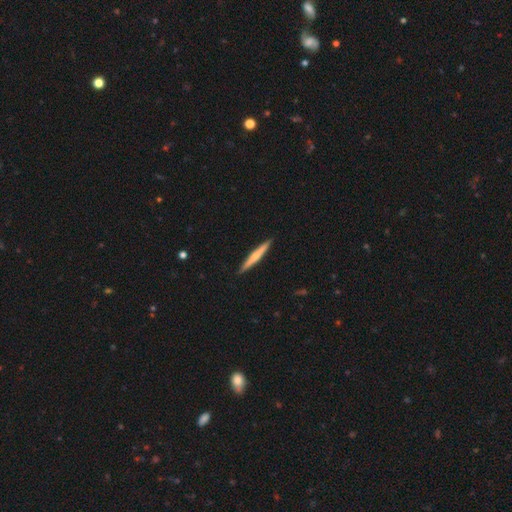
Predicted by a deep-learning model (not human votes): Overall: smooth (52%; featured or disk 43%). How rounded: cigar-shaped (96%). Merging: none (91%).